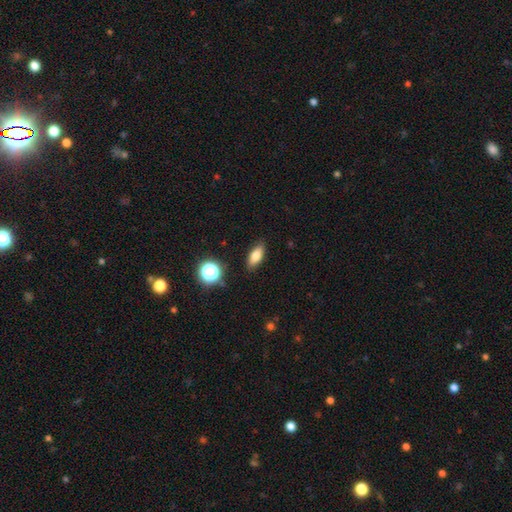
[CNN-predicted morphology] Smooth or featured? smooth (78%)
How rounded? in between (76%)
Merging? none (87%)